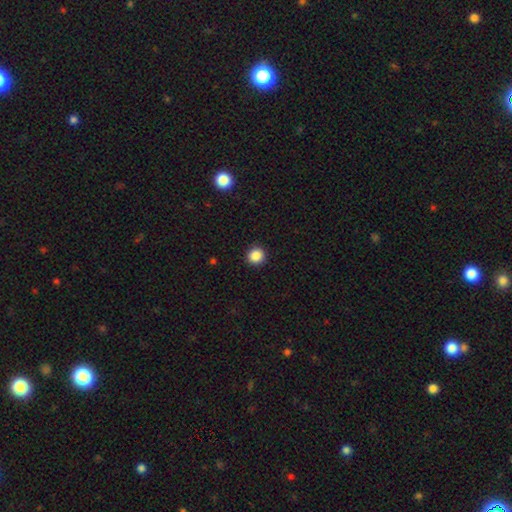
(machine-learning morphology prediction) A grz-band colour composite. It shows a smooth galaxy with no disk features (87%) that is round (93%). Merging: none (92%).